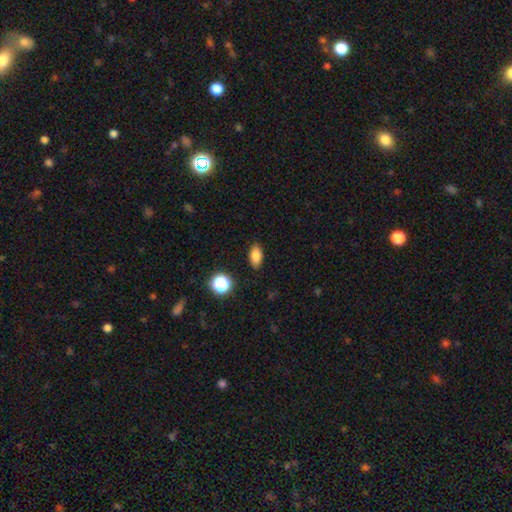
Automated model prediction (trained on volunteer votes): A smooth galaxy with no disk features (82%) that is in between round and cigar-shaped (87%). Merging: none (87%).